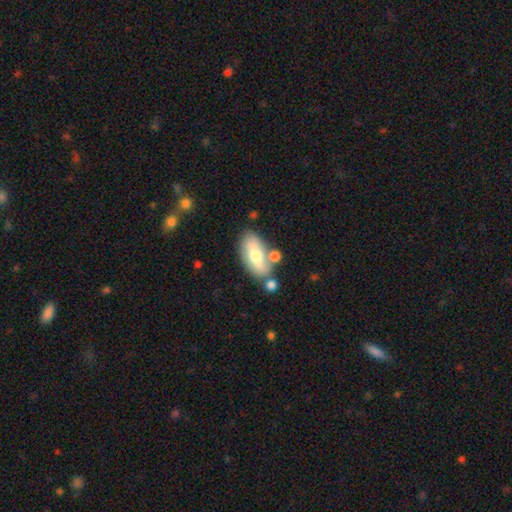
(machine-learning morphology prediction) smooth-or-featured: smooth: 58% | featured or disk: 36% | star or artifact: 7%
  how-rounded: in between: 85% | cigar-shaped: 11% | round: 4%
  merging: none: 64% | minor disturbance: 16% | merger: 14% | major disturbance: 5%